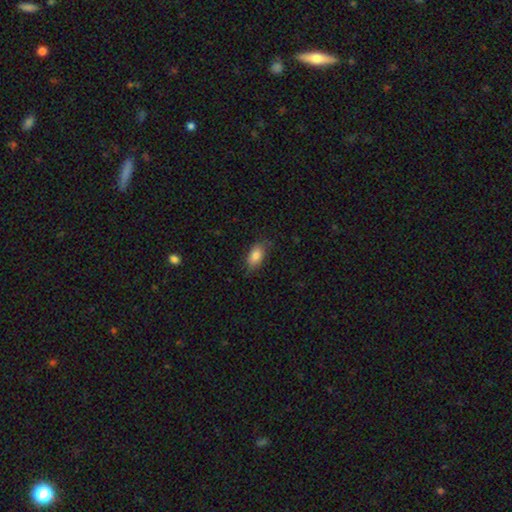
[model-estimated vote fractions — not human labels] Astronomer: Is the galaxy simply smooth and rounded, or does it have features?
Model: smooth — 82%.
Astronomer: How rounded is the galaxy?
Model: in between — 90%.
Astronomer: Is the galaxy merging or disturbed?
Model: none — 74%.